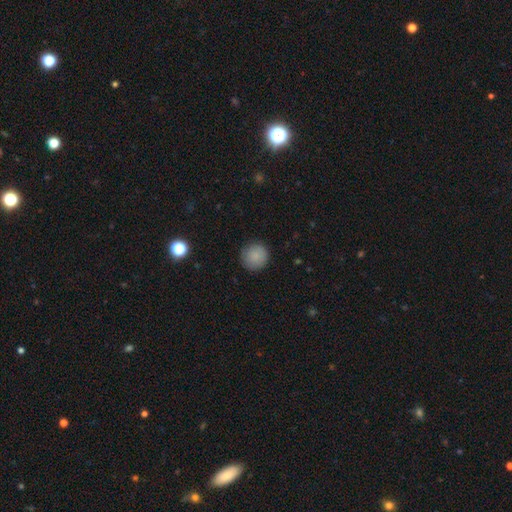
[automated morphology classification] type=smooth (87%); roundness=round (94%); merging=none (88%).